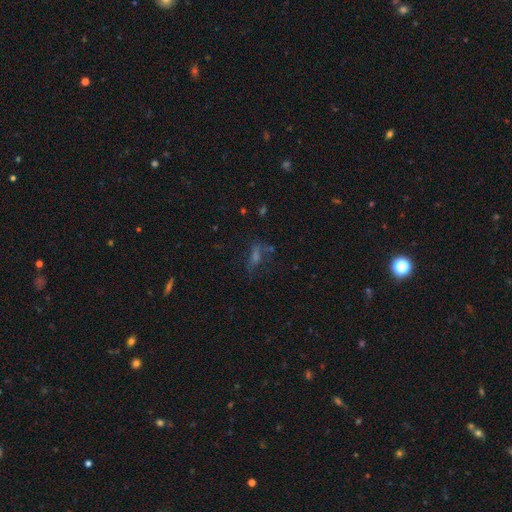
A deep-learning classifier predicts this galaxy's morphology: Smooth or featured? star or artifact (37%)